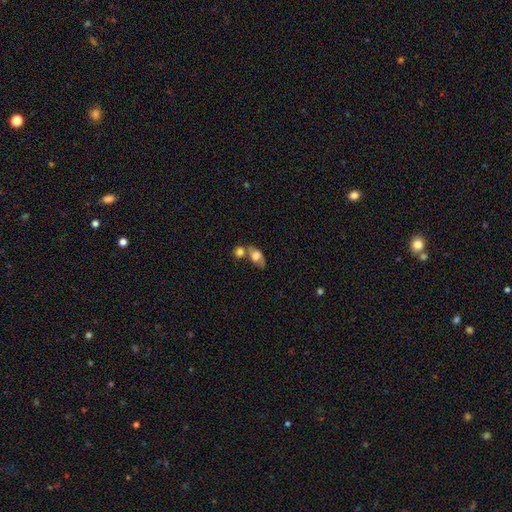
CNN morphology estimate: smooth_or_featured: smooth (p=0.74) [alt: featured or disk p=0.18]
how_rounded: in between (p=0.77) [alt: round p=0.20]
merging: merger (p=0.48) [alt: none p=0.30]